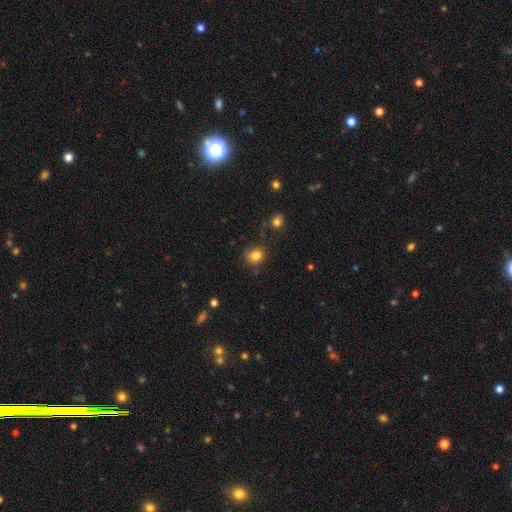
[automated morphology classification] Overall: smooth (82%). How rounded: round (74%). Merging: none (74%).